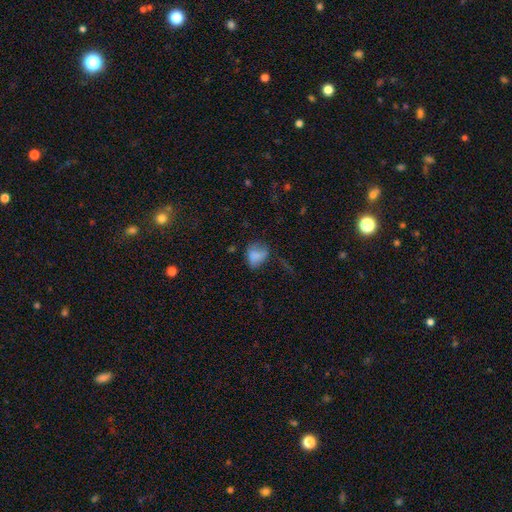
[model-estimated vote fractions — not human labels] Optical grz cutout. It shows a smooth galaxy with no disk features (71%) that is in between round and cigar-shaped (61%). Merging: none (40%).